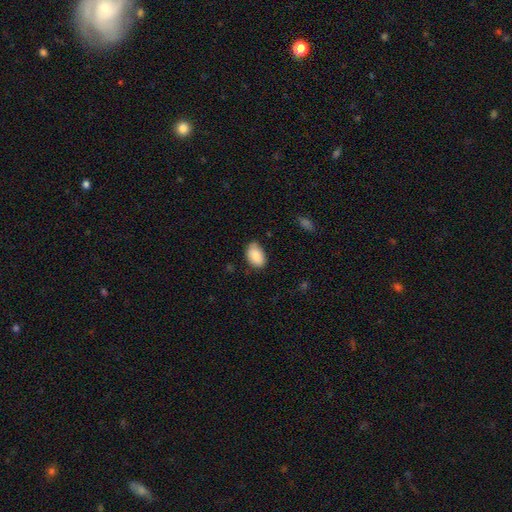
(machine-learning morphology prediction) A smooth galaxy with no disk features (87%) that is in between round and cigar-shaped (90%).

Vote fractions:
- Smooth or featured? smooth: 87% / featured or disk: 7% / star or artifact: 7%
- How rounded? in between: 90% / round: 9% / cigar-shaped: 1%
- Merging? none: 72% / minor disturbance: 23% / major disturbance: 3% / merger: 1%